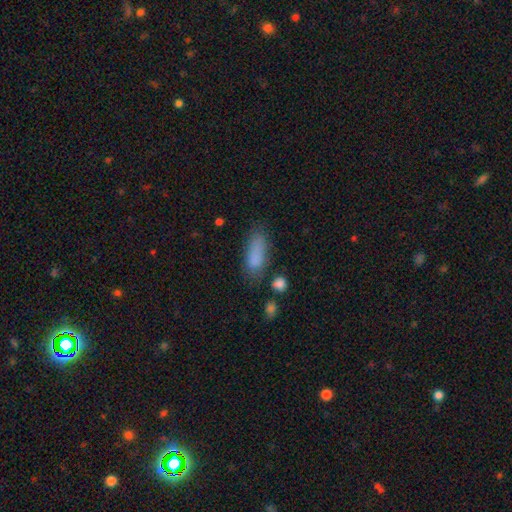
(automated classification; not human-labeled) smooth_or_featured: smooth (p=0.82) [alt: star or artifact p=0.10]
how_rounded: in between (p=0.67) [alt: cigar-shaped p=0.30]
merging: none (p=0.61) [alt: minor disturbance p=0.24]